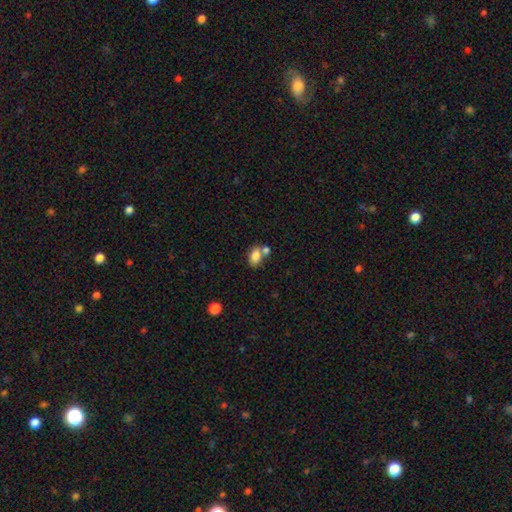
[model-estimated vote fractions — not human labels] smooth-or-featured: smooth: 83% | star or artifact: 9% | featured or disk: 8%
  how-rounded: in between: 85% | round: 13% | cigar-shaped: 2%
  merging: none: 49% | merger: 35% | minor disturbance: 12% | major disturbance: 4%